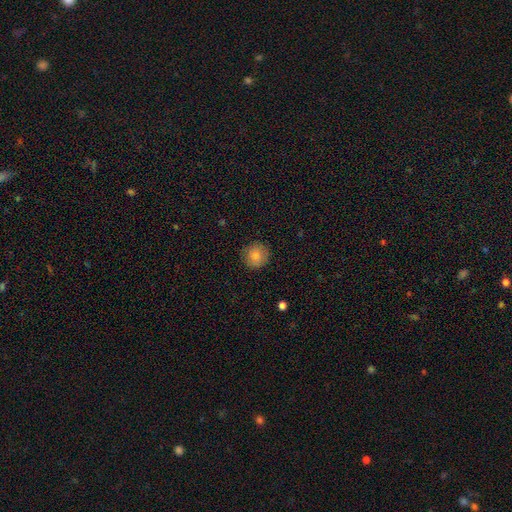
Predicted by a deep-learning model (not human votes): A smooth galaxy with no disk features (82%) that is round (93%).

Vote fractions:
- Smooth or featured? smooth: 82% / featured or disk: 9% / star or artifact: 9%
- How rounded? round: 93% / in between: 6% / cigar-shaped: 1%
- Merging? none: 88% / minor disturbance: 9% / major disturbance: 2% / merger: 1%